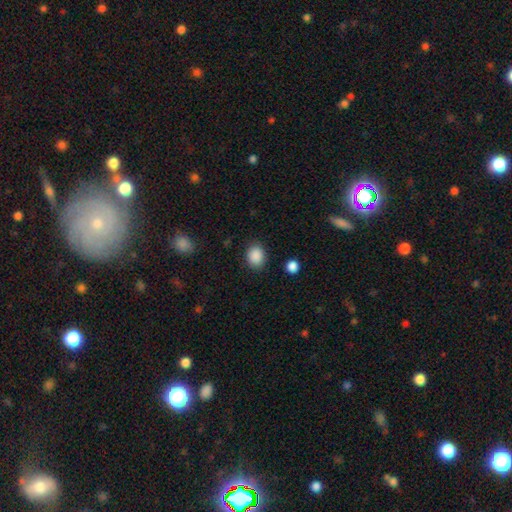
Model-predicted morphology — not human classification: The model was most divided on "how rounded": in between: 53%, round: 46%, cigar-shaped: 1%. More confident: smooth or featured — smooth (89%); merging — none (85%).